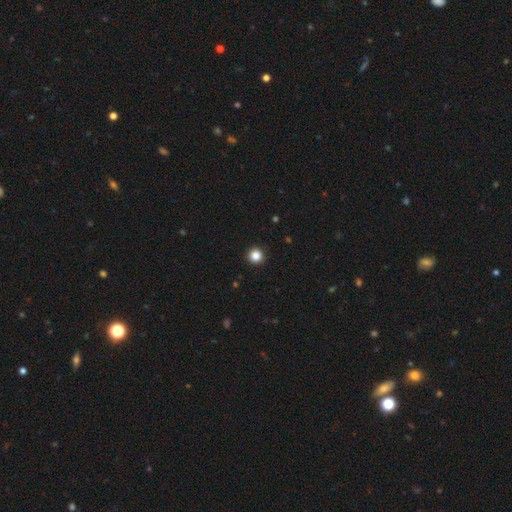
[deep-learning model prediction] Morphology: type=smooth (86%); roundness=round (96%); merging=none (94%).